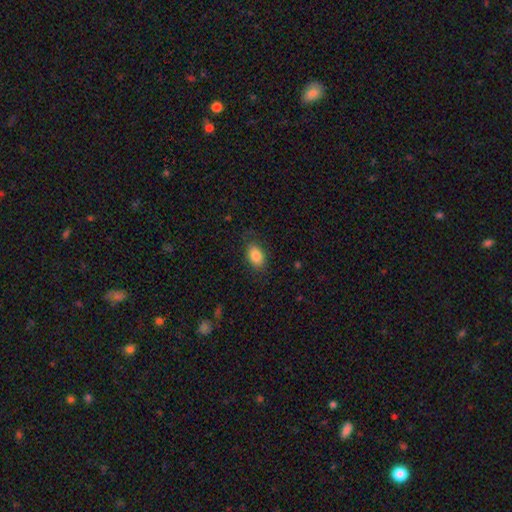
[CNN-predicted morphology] A smooth galaxy with no disk features (85%) that is in between round and cigar-shaped (87%).

Vote fractions:
- Smooth or featured? smooth: 85% / star or artifact: 8% / featured or disk: 7%
- How rounded? in between: 87% / round: 12% / cigar-shaped: 2%
- Merging? none: 81% / minor disturbance: 14% / major disturbance: 4% / merger: 1%